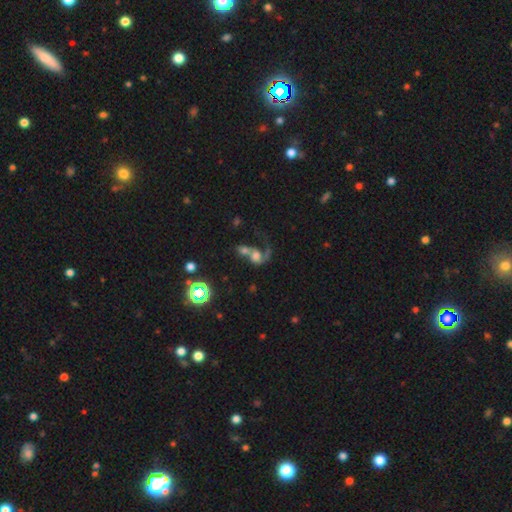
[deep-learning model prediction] Q: Smooth or featured?
A: featured or disk (49%); runner-up: smooth (36%)
Q: Merging?
A: merger (70%); runner-up: major disturbance (15%)